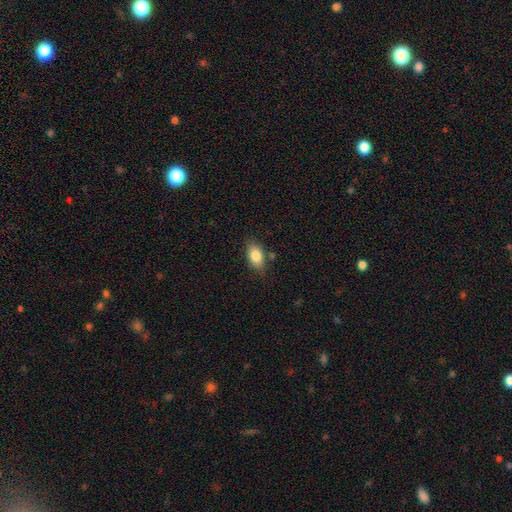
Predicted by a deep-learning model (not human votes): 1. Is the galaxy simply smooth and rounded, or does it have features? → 84% smooth, 8% featured or disk, 8% star or artifact.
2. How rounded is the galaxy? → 88% in between, 9% round, 3% cigar-shaped.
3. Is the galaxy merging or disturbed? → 78% none, 15% minor disturbance, 4% merger, 3% major disturbance.